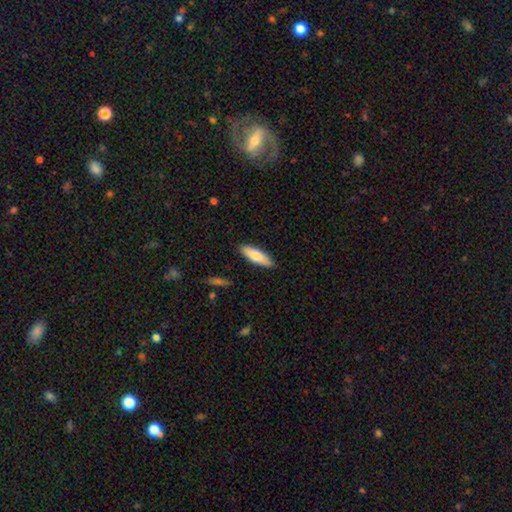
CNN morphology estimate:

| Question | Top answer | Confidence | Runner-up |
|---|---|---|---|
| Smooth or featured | smooth | 77% | featured or disk (17%) |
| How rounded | in between | 52% | cigar-shaped (46%) |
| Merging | none | 88% | minor disturbance (9%) |